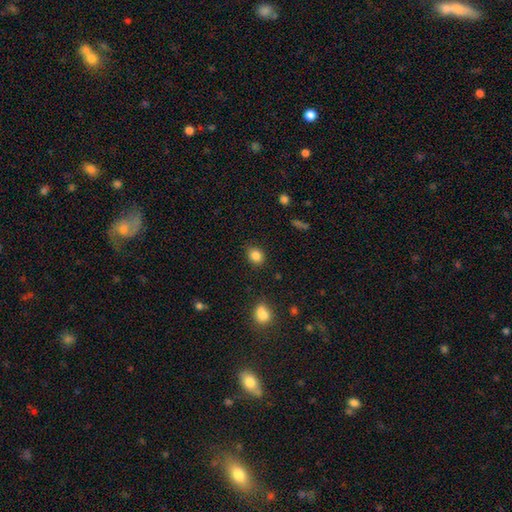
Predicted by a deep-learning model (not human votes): Q: Smooth or featured?
A: smooth (85%); runner-up: star or artifact (10%)
Q: How rounded?
A: round (56%); runner-up: in between (43%)
Q: Merging?
A: none (85%); runner-up: minor disturbance (11%)